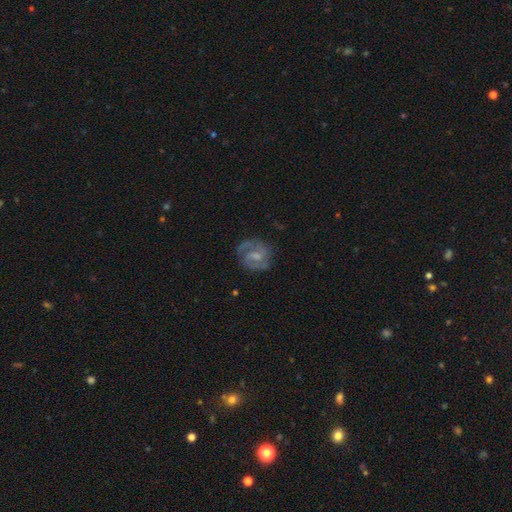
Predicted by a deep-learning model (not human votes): Smooth or featured? Predicted: featured or disk (p=0.81). Edge-on disk? Predicted: no (p=0.98). Bar? Predicted: weak (p=0.57). Spiral arms? Predicted: yes (p=0.95). Spiral winding? Predicted: medium (p=0.49). Spiral arm count? Predicted: 2 (p=0.74). Bulge size? Predicted: small (p=0.38). Merging? Predicted: none (p=0.71).